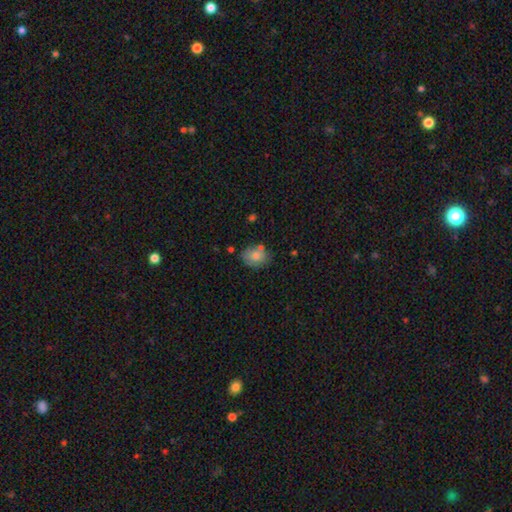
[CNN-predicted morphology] smooth_or_featured: smooth (p=0.75) [alt: featured or disk p=0.16]
how_rounded: in between (p=0.60) [alt: round p=0.39]
merging: none (p=0.64) [alt: minor disturbance p=0.22]